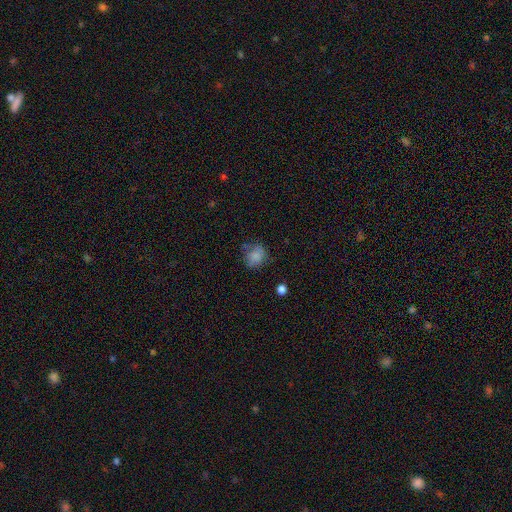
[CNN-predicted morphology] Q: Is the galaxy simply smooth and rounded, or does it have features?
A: smooth — 78%.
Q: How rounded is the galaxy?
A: round — 64%.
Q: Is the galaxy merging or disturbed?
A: none — 62%.